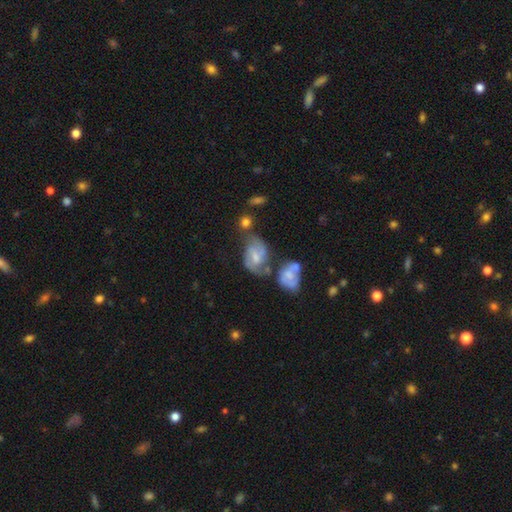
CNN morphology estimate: This is likely a featured or disk galaxy (67%). It is clearly not viewed edge-on (97%). Bar: possibly weak (53%). Spiral arm pattern: clearly yes (85%). Spiral arm count: likely 2 (76%). Spiral winding: possibly medium (49%). Central bulge: marginally moderate (45%). Merging: marginally none (39%).